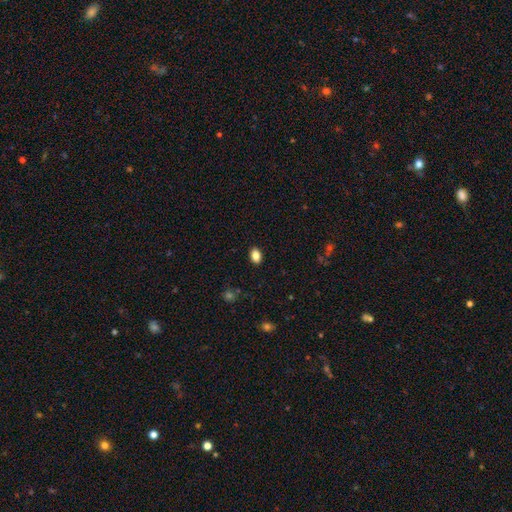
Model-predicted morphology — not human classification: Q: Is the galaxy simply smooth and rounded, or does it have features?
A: smooth — 86%.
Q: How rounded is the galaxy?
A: in between — 84%.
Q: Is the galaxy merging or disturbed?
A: none — 89%.